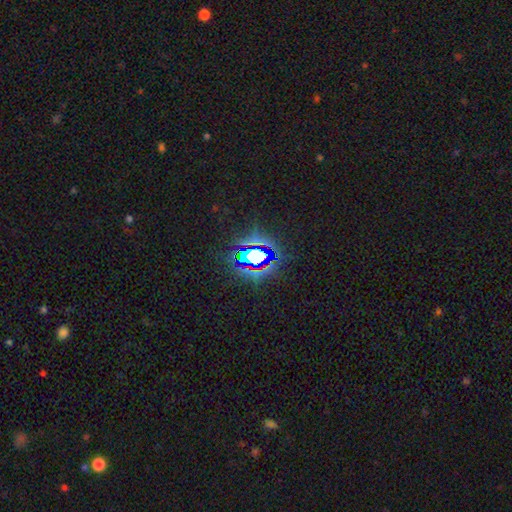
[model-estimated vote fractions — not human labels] smooth_or_featured: star or artifact (p=0.75) [alt: smooth p=0.14]